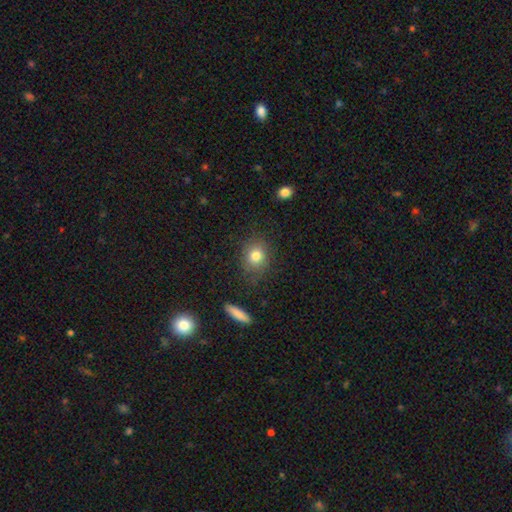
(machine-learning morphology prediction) smooth_or_featured: smooth (p=0.81) [alt: star or artifact p=0.10]
how_rounded: round (p=0.67) [alt: in between p=0.31]
merging: none (p=0.80) [alt: minor disturbance p=0.14]